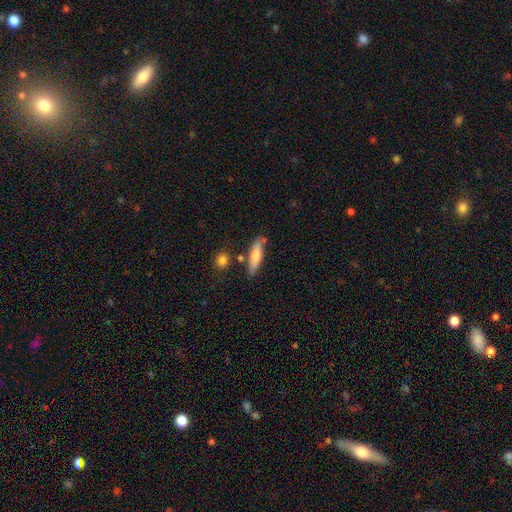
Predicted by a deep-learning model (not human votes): Smooth or featured? smooth (71%)
How rounded? cigar-shaped (69%)
Merging? none (71%)